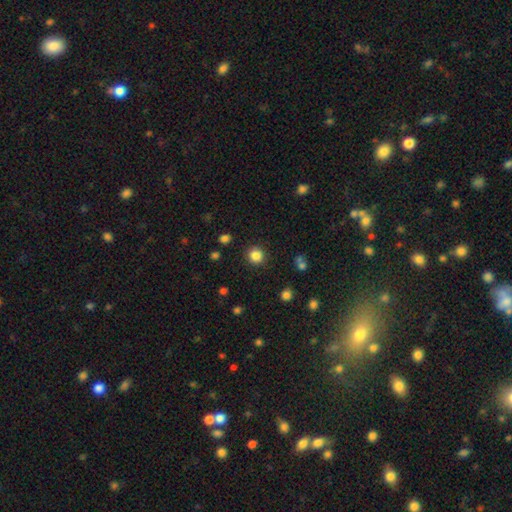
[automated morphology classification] Overall: smooth (85%). How rounded: round (92%). Merging: none (90%).